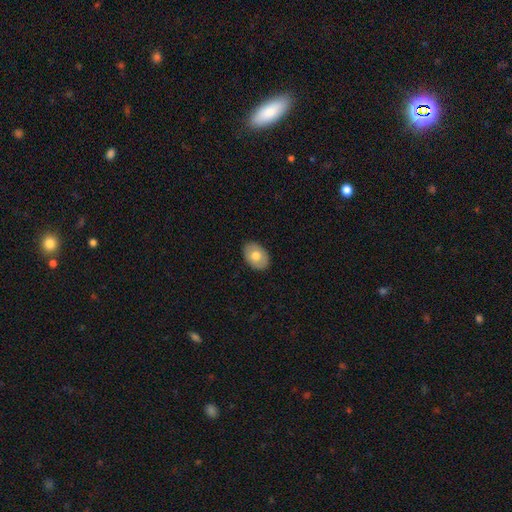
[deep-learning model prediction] Smooth or featured? Predicted: smooth (p=0.73). How rounded? Predicted: in between (p=0.82). Merging? Predicted: none (p=0.88).